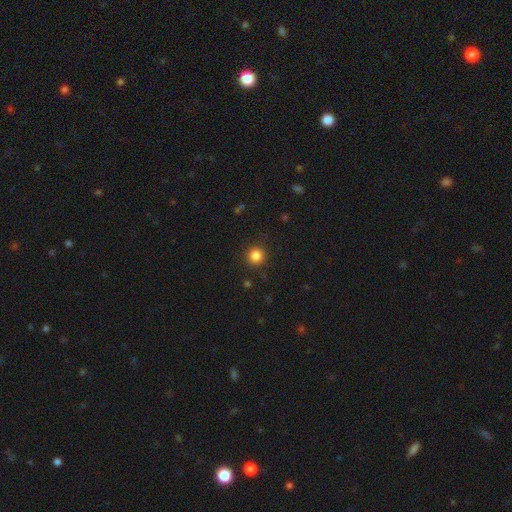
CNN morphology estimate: This is clearly a smooth galaxy (84%). How rounded: clearly round (94%). Merging: clearly none (91%).